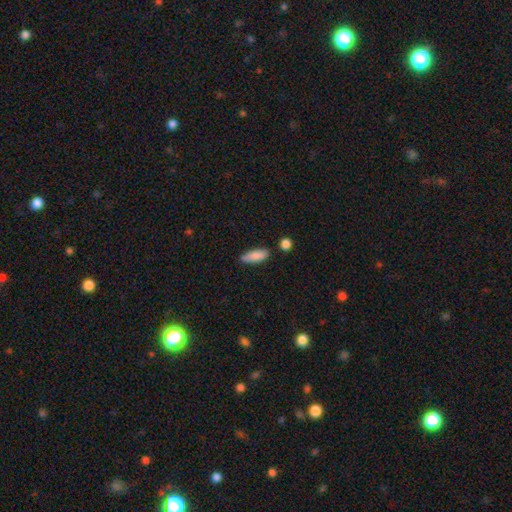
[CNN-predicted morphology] Q: Smooth or featured?
A: smooth (86%); runner-up: featured or disk (8%)
Q: How rounded?
A: in between (67%); runner-up: cigar-shaped (31%)
Q: Merging?
A: none (78%); runner-up: minor disturbance (15%)